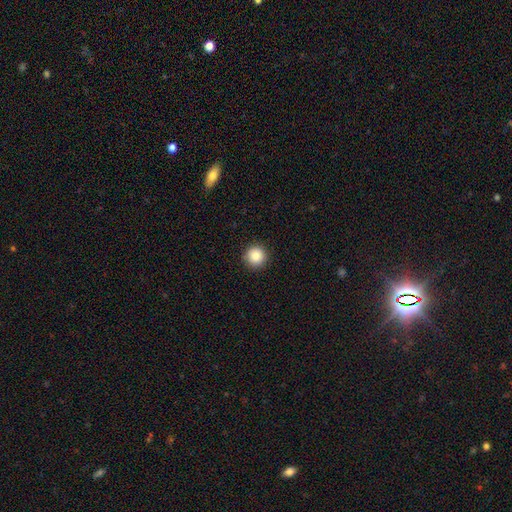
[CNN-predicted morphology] smooth-or-featured: smooth: 86% | star or artifact: 9% | featured or disk: 5%
  how-rounded: round: 95% | in between: 4% | cigar-shaped: 1%
  merging: none: 92% | minor disturbance: 6% | major disturbance: 2% | merger: 1%